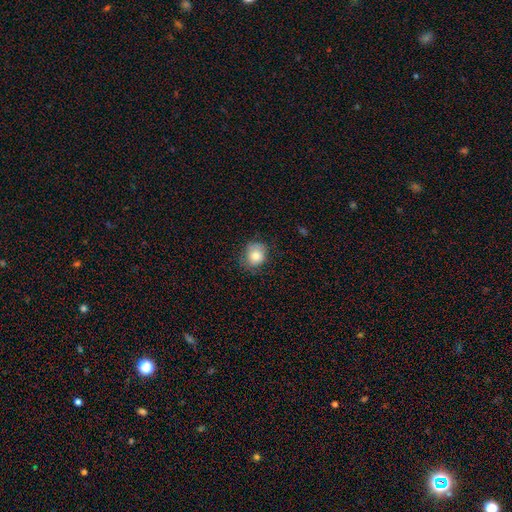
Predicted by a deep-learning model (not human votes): Overall: smooth (80%). How rounded: round (69%; in between 30%). Merging: none (67%).